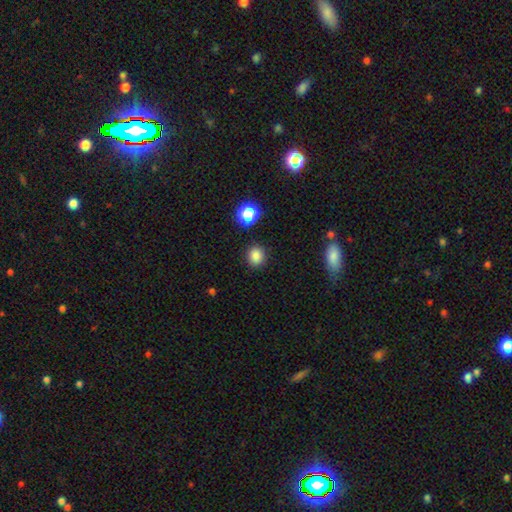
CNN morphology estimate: Smooth or featured? smooth (83%)
How rounded? round (76%)
Merging? none (88%)